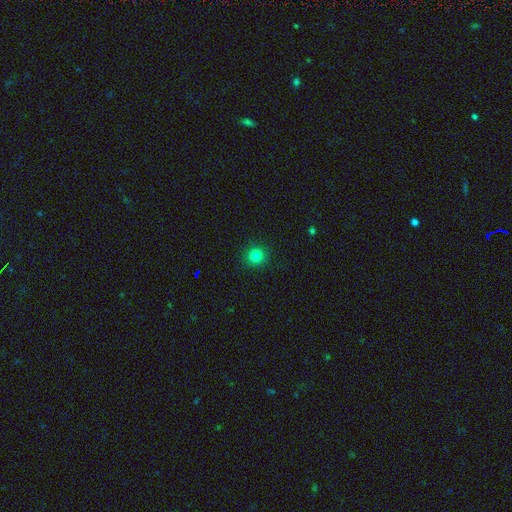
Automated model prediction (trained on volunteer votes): A smooth galaxy with no disk features (82%) that is round (93%).

Vote fractions:
- Smooth or featured? smooth: 82% / star or artifact: 13% / featured or disk: 5%
- How rounded? round: 93% / in between: 6% / cigar-shaped: 1%
- Merging? none: 92% / minor disturbance: 5% / major disturbance: 2% / merger: 1%